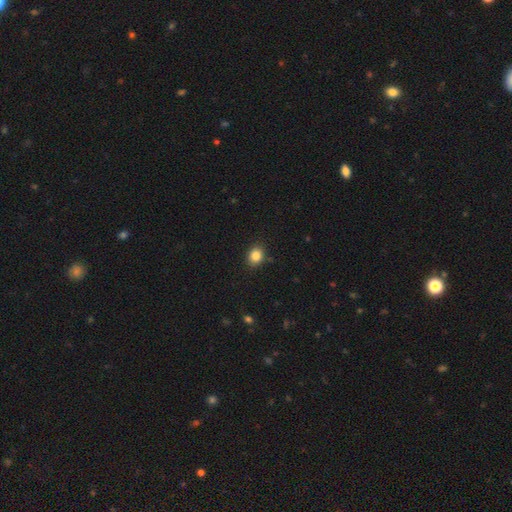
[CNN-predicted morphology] type=smooth (85%); roundness=round (55%); merging=none (88%).